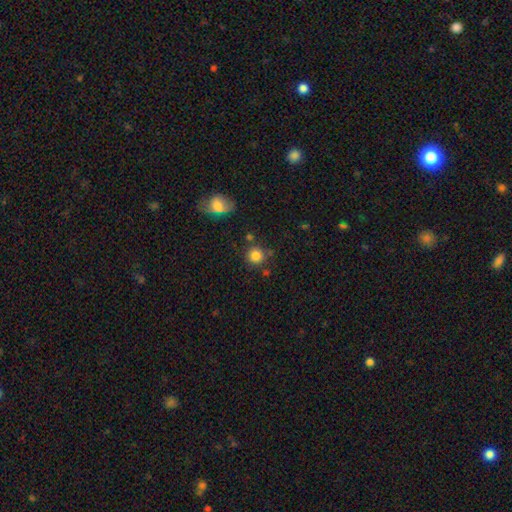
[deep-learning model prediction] A smooth galaxy with no disk features (83%) that is round (91%).

Vote fractions:
- Smooth or featured? smooth: 83% / star or artifact: 11% / featured or disk: 6%
- How rounded? round: 91% / in between: 8% / cigar-shaped: 1%
- Merging? none: 78% / minor disturbance: 10% / merger: 8% / major disturbance: 3%